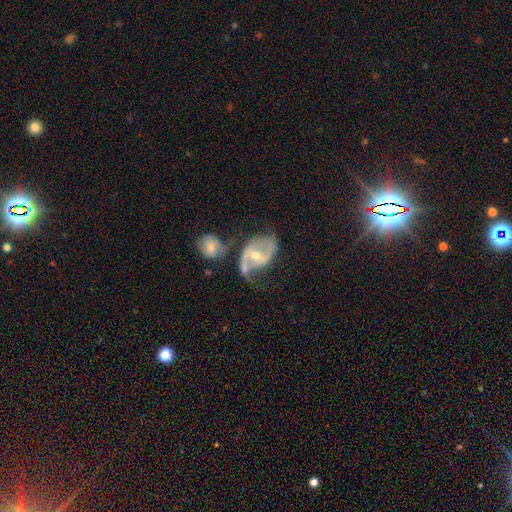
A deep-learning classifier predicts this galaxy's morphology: featured or disk 84%, smooth 10%, star or artifact 6%. Down the decision tree: edge-on disk — no (97%); bar — weak (42%); spiral arms — yes (90%); spiral arm count — 2 (79%); spiral winding — medium (45%); bulge size — moderate (56%); merging — none (41%).